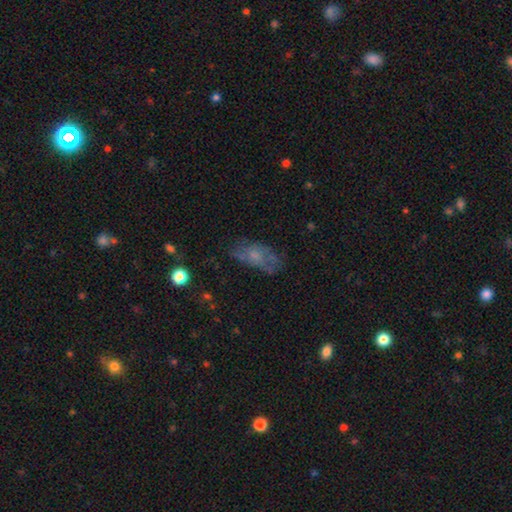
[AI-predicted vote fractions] Morphology: type=smooth (49%); merging=none (55%).